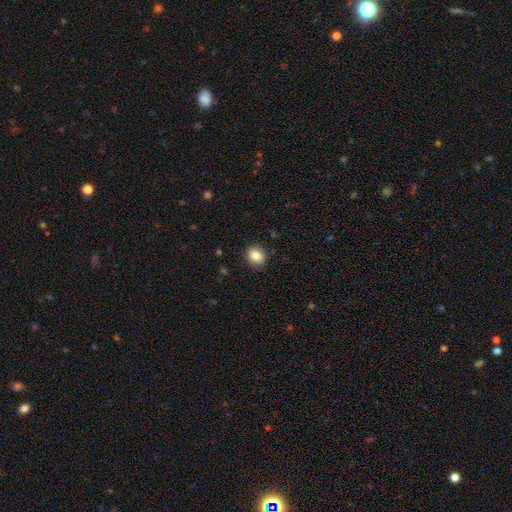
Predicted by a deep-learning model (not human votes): The model was most divided on "how rounded": round: 60%, in between: 39%, cigar-shaped: 1%. More confident: merging — none (89%); smooth or featured — smooth (85%).